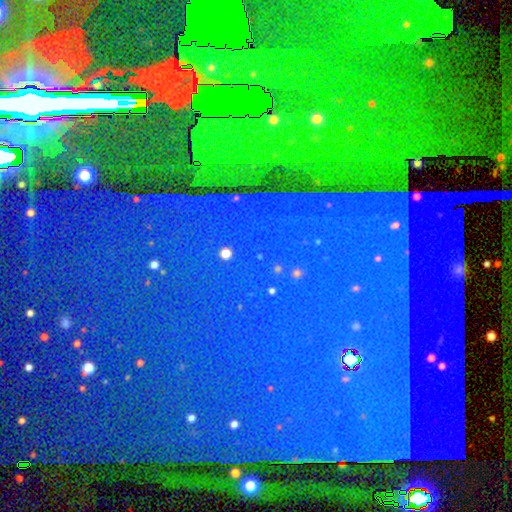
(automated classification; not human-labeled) A star or artifact, not a galaxy (87%).

Vote fractions:
- Smooth or featured? star or artifact: 87% / featured or disk: 7% / smooth: 6%